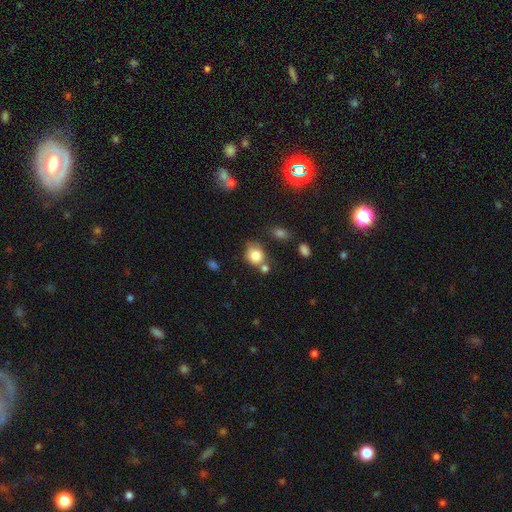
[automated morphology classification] Overall: smooth (81%). How rounded: round (66%; in between 33%). Merging: none (54%; minor disturbance 20%).